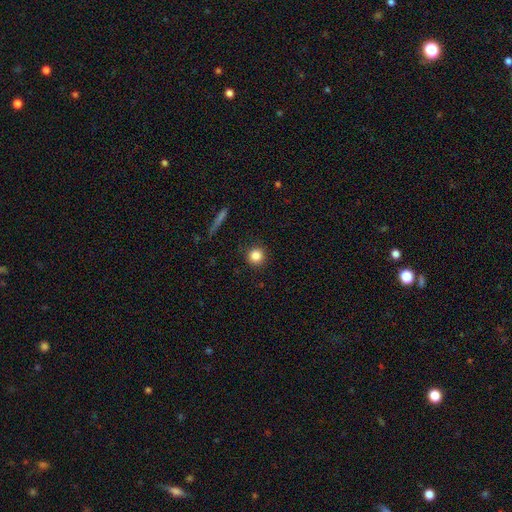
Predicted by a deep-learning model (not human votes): smooth_or_featured: smooth (p=0.84) [alt: star or artifact p=0.10]
how_rounded: round (p=0.95) [alt: in between p=0.04]
merging: none (p=0.91) [alt: minor disturbance p=0.06]